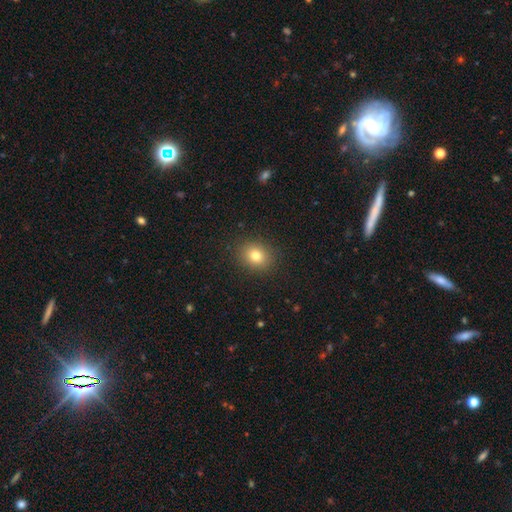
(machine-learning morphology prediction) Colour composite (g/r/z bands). It shows a smooth galaxy with no disk features (79%) that is round (66%). Merging: none (89%).